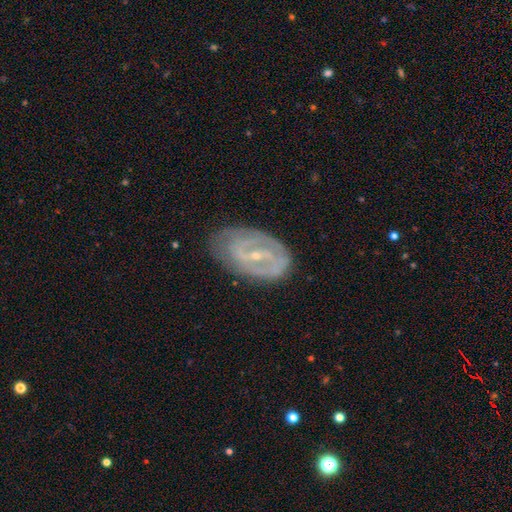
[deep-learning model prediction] A featured or disk galaxy (79%) with a strong bar (46%), 2 (56%) tight (51%) spiral arms (69%) and a small central bulge (75%). Merging: none (70%).